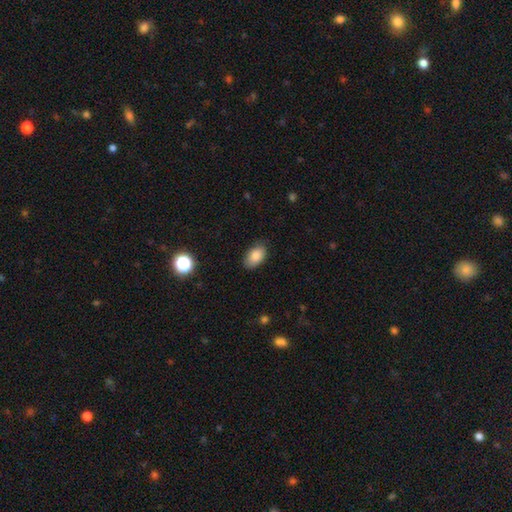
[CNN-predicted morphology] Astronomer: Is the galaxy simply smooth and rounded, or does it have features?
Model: smooth — 85%.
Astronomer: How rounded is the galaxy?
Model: in between — 92%.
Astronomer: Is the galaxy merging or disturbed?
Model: none — 82%.